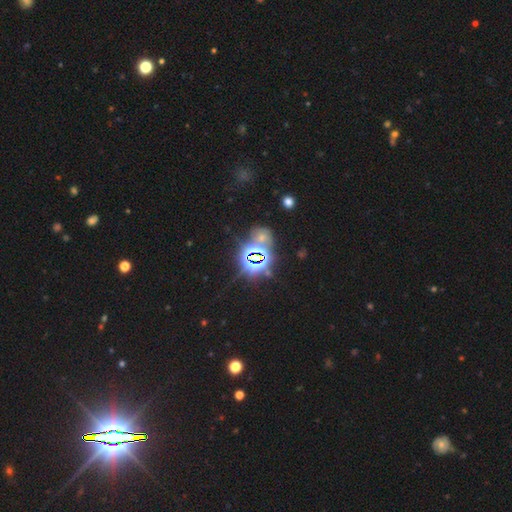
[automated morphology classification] star or artifact 78%, smooth 14%, featured or disk 8%.